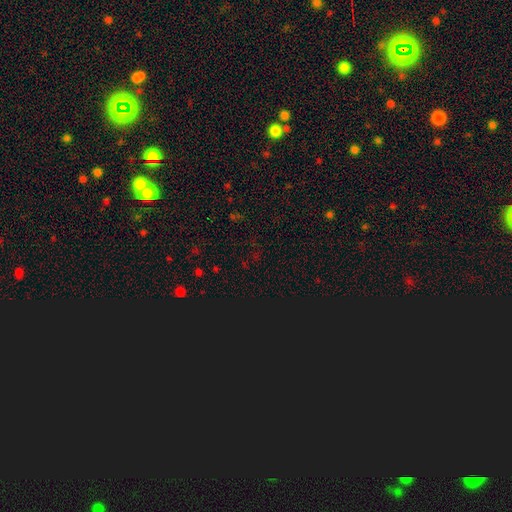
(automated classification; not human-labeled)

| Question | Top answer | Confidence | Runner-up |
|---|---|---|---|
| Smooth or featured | star or artifact | 69% | smooth (23%) |